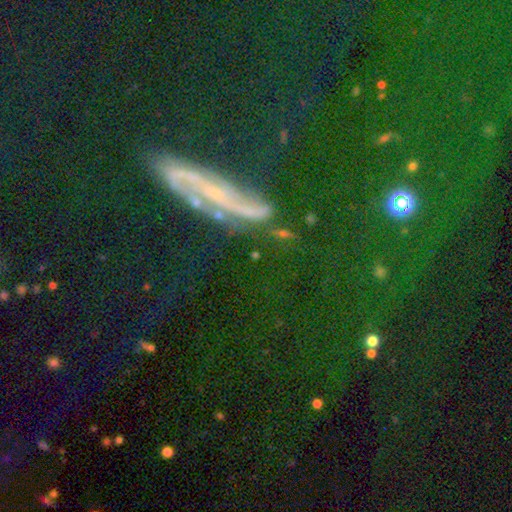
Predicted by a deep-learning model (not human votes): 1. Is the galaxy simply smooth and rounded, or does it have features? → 43% featured or disk, 30% smooth, 27% star or artifact.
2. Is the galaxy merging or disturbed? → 63% none, 18% minor disturbance, 11% major disturbance, 8% merger.